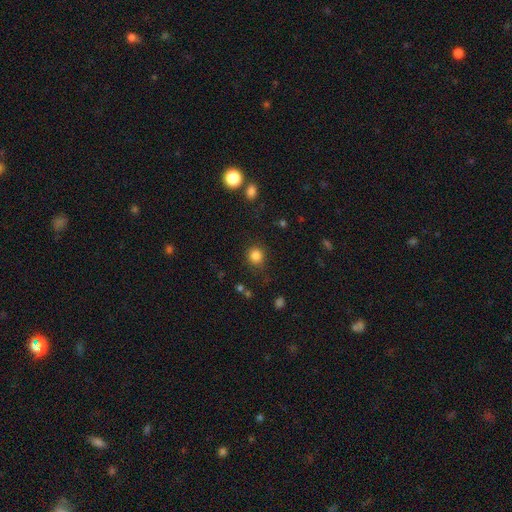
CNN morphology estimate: Smooth or featured? smooth (84%)
How rounded? round (89%)
Merging? none (84%)